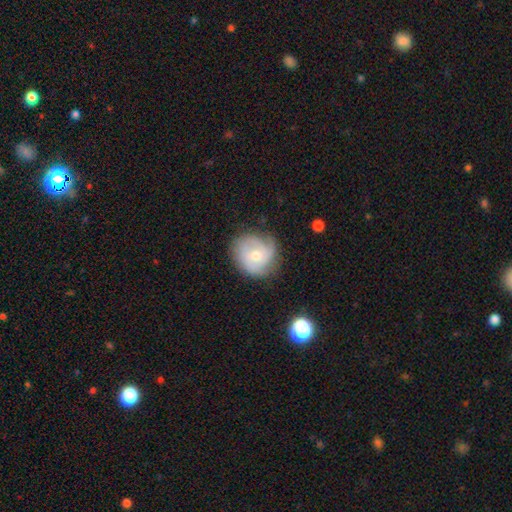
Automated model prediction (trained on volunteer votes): smooth-or-featured: featured or disk: 61% | smooth: 32% | star or artifact: 7%
  disk-edge-on: no: 97% | yes: 3%
    bar: no: 73% | weak: 23% | strong: 3%
    has-spiral-arms: yes: 86% | no: 14%
      spiral-winding: tight: 49% | medium: 36% | loose: 15%
      spiral-arm-count: can't tell: 30% | 2: 26% | 3: 26% | 1: 8% | 4: 6% | more than 4: 4%
    bulge-size: moderate: 53% | small: 43% | large: 2% | none: 1% | dominant: 1%
  merging: none: 68% | minor disturbance: 22% | major disturbance: 8% | merger: 2%